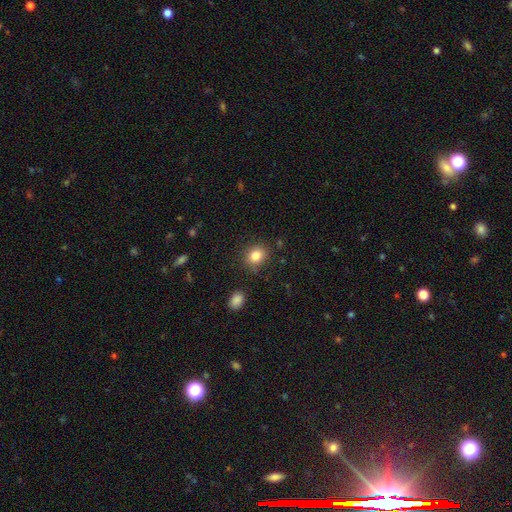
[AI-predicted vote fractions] The model was most divided on "how rounded": round: 62%, in between: 37%, cigar-shaped: 1%. More confident: merging — none (85%); smooth or featured — smooth (83%).